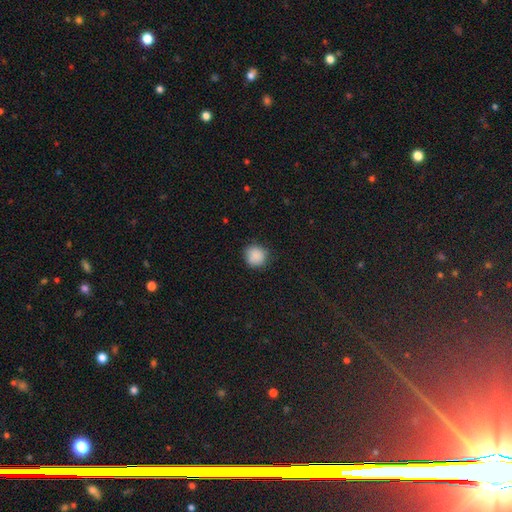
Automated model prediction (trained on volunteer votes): smooth-or-featured: smooth: 88% | star or artifact: 9% | featured or disk: 3%
  how-rounded: round: 91% | in between: 8% | cigar-shaped: 1%
  merging: none: 85% | minor disturbance: 11% | major disturbance: 3% | merger: 1%